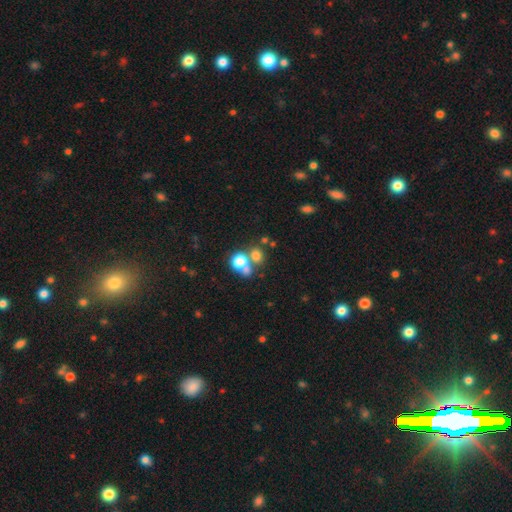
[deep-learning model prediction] This appears to be a smooth galaxy with no disk features (69%) that is round (70%). Merging: none (46%).